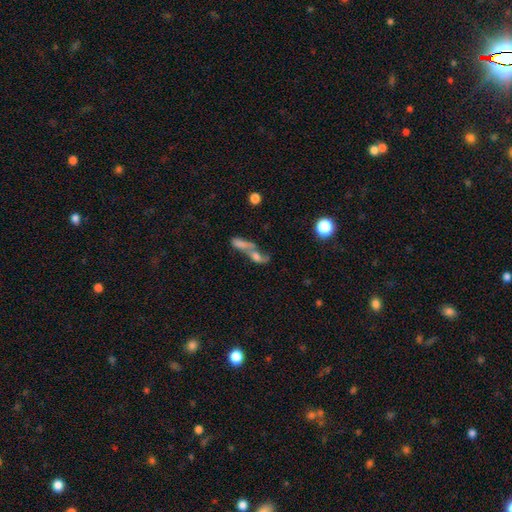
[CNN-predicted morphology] The model was most divided on "smooth or featured": smooth: 48%, featured or disk: 35%, star or artifact: 17%. More confident: merging — merger (65%).